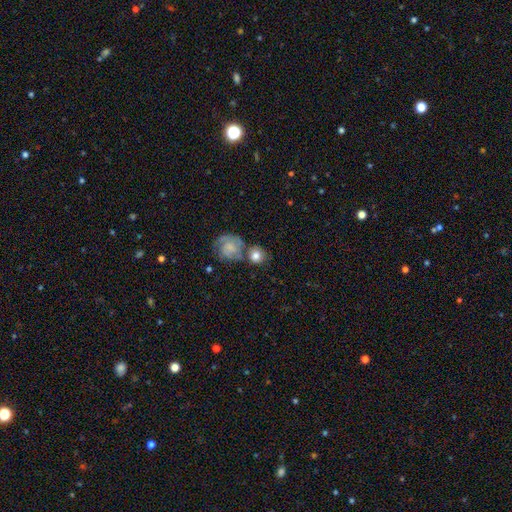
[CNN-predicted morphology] smooth_or_featured: smooth (p=0.70) [alt: featured or disk p=0.23]
how_rounded: round (p=0.83) [alt: in between p=0.16]
merging: none (p=0.56) [alt: merger p=0.26]